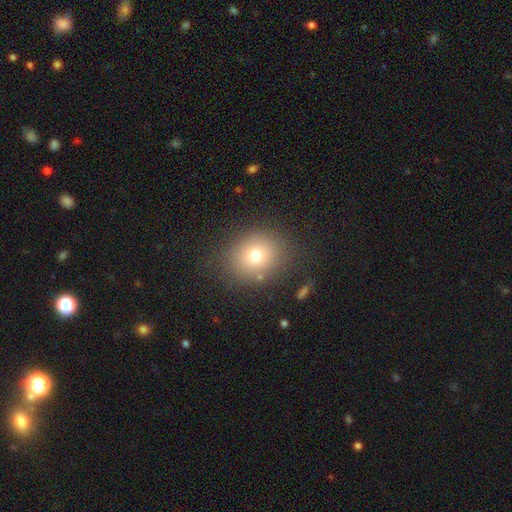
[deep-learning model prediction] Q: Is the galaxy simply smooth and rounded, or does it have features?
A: smooth — 73%.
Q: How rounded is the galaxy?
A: round — 73%.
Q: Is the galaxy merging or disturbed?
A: none — 82%.